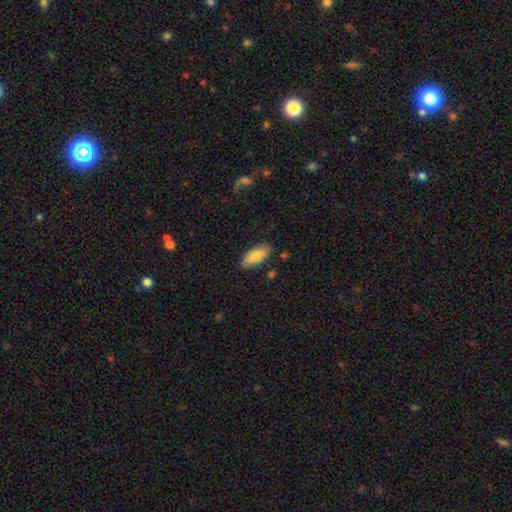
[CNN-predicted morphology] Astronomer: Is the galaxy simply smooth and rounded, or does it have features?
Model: smooth — 84%.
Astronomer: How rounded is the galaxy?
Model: in between — 88%.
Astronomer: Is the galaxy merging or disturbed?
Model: none — 81%.